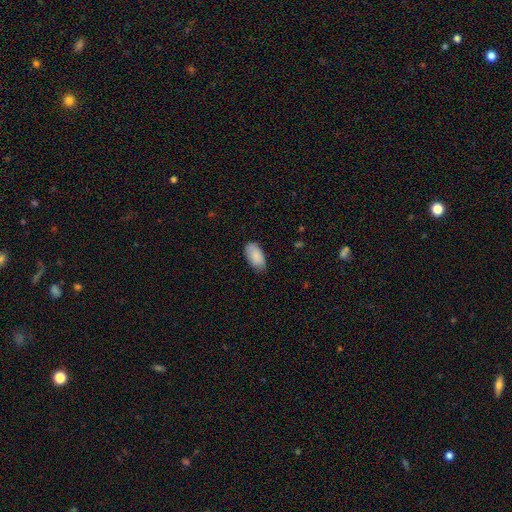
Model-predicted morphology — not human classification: A smooth galaxy with no disk features (87%) that is in between round and cigar-shaped (95%).

Vote fractions:
- Smooth or featured? smooth: 87% / featured or disk: 6% / star or artifact: 6%
- How rounded? in between: 95% / round: 3% / cigar-shaped: 2%
- Merging? none: 75% / minor disturbance: 20% / major disturbance: 3% / merger: 1%